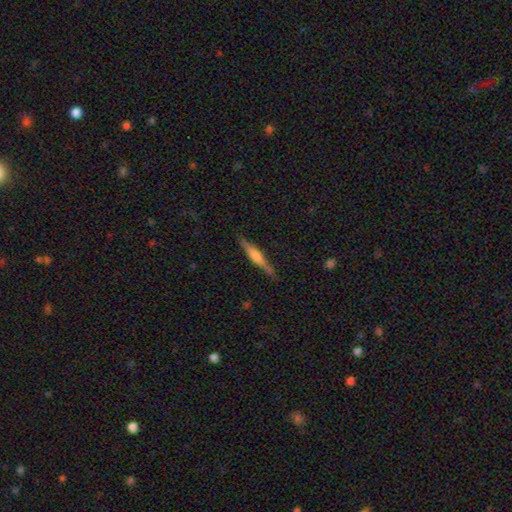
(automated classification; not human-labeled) Overall: featured or disk (62%; smooth 31%). Edge-on disk: yes (97%). Edge-on bulge: rounded (61%; boxy 27%). Merging: none (87%).